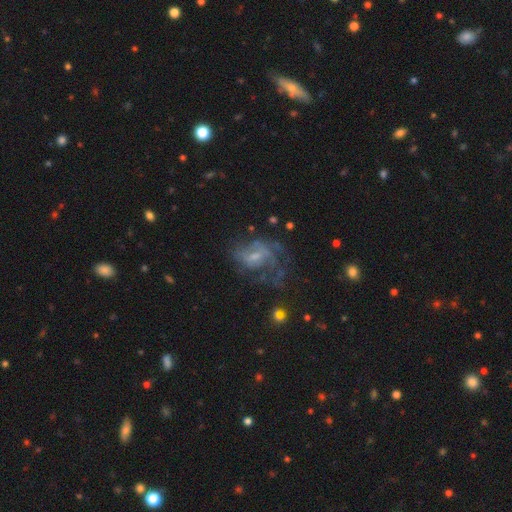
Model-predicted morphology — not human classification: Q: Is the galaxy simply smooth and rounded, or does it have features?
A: featured or disk — 73%.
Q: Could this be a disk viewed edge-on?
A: no — 97%.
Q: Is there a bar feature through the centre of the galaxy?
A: no — 46%.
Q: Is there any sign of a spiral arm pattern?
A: yes — 76%.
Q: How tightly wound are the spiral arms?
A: medium — 43%.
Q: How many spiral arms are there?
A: can't tell — 43%.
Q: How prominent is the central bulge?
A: small — 53%.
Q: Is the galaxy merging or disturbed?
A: none — 41%.